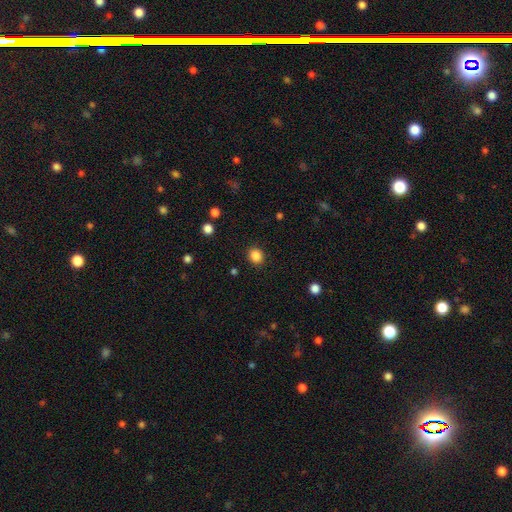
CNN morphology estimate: type=smooth (86%); roundness=round (79%); merging=none (90%).